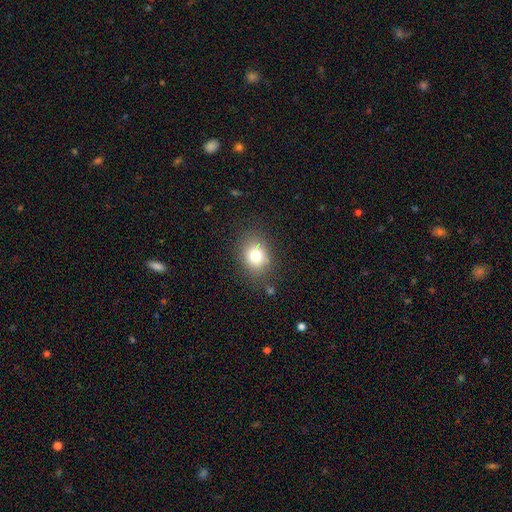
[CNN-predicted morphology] smooth_or_featured: smooth (p=0.78) [alt: star or artifact p=0.12]
how_rounded: round (p=0.56) [alt: in between p=0.43]
merging: none (p=0.79) [alt: minor disturbance p=0.14]